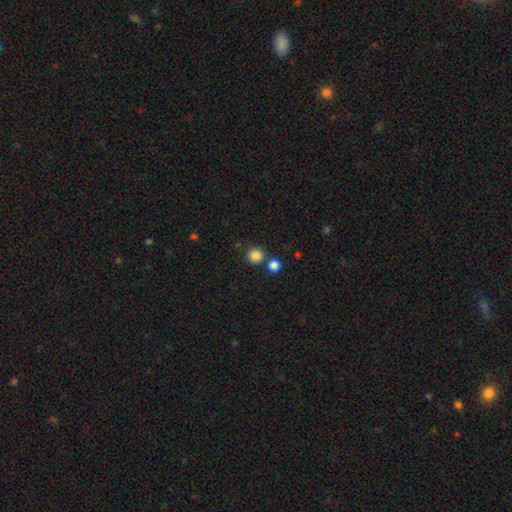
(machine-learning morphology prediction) type=smooth (85%); roundness=round (94%); merging=none (78%).